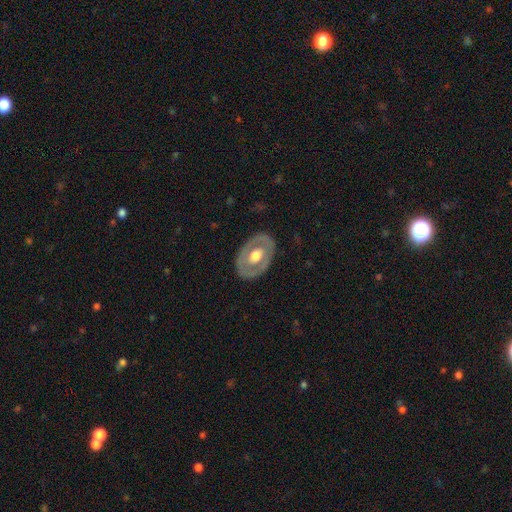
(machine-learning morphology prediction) Smooth or featured? featured or disk (56%)
Edge-on disk? no (91%)
Bar? no (80%)
Spiral arms? no (87%)
Bulge size? moderate (58%)
Merging? none (81%)